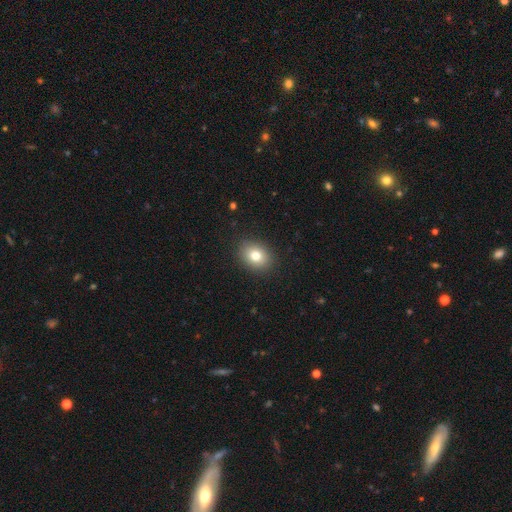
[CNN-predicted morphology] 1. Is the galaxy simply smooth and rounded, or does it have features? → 78% smooth, 11% featured or disk, 11% star or artifact.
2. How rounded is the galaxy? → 57% in between, 42% round, 1% cigar-shaped.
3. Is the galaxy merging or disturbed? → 89% none, 7% minor disturbance, 2% major disturbance, 1% merger.